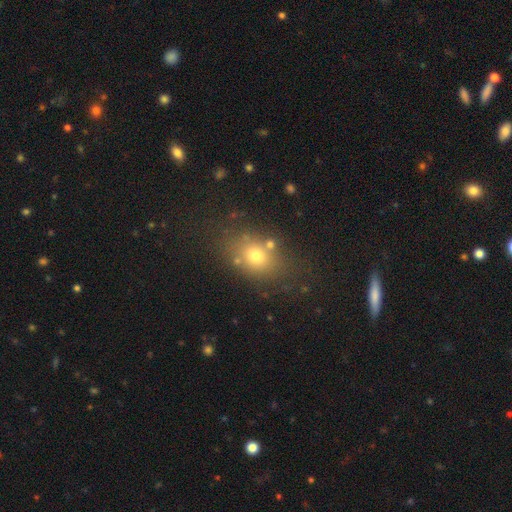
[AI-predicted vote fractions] smooth 71%, star or artifact 15%, featured or disk 14%. Down the decision tree: how rounded — in between (65%); merging — none (72%).